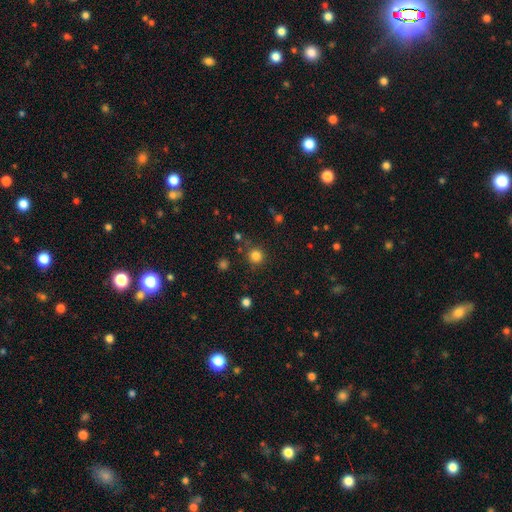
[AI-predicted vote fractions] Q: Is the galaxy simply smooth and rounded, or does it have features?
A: smooth — 82%.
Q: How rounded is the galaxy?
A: round — 93%.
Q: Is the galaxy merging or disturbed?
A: none — 84%.